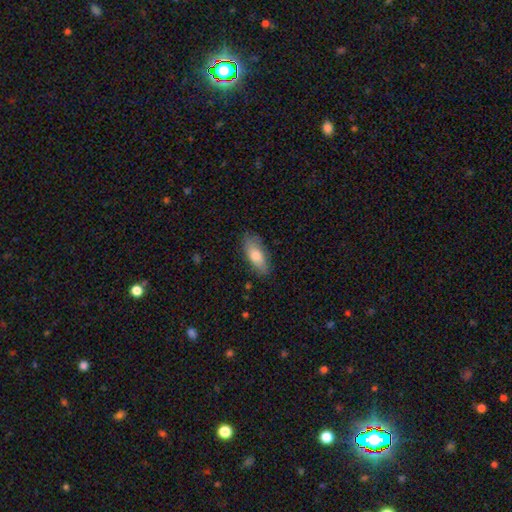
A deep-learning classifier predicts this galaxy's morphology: smooth_or_featured: smooth (p=0.75) [alt: featured or disk p=0.19]
how_rounded: in between (p=0.76) [alt: cigar-shaped p=0.21]
merging: none (p=0.77) [alt: minor disturbance p=0.18]